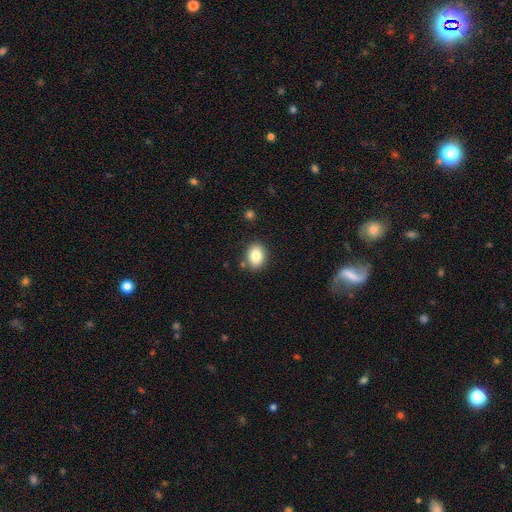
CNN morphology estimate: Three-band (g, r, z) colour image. It shows a smooth galaxy with no disk features (83%) that is in between round and cigar-shaped (54%). Merging: none (84%).